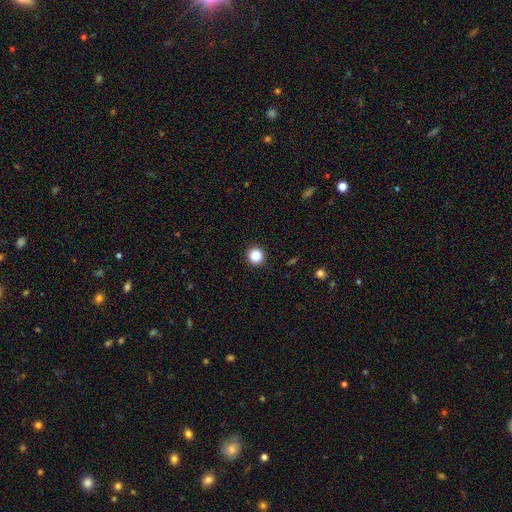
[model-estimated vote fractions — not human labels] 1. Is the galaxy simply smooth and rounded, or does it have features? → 87% smooth, 10% star or artifact, 3% featured or disk.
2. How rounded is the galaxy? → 95% round, 4% in between, 1% cigar-shaped.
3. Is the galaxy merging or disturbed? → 93% none, 5% minor disturbance, 2% major disturbance, 1% merger.